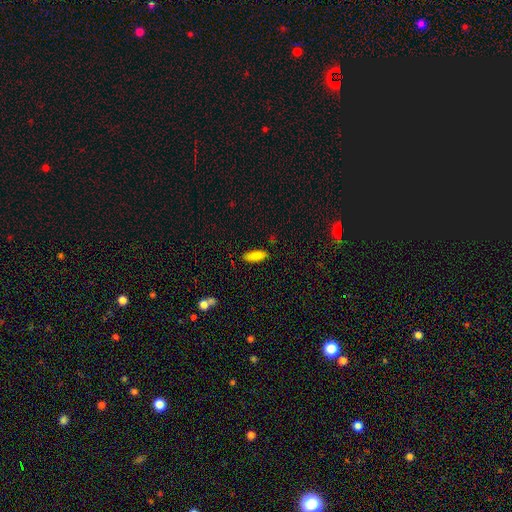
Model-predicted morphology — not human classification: This is clearly a smooth galaxy (85%). How rounded: likely in between (65%). Merging: clearly none (85%).